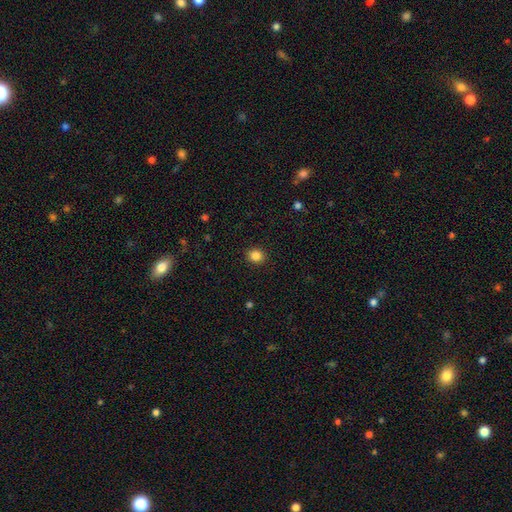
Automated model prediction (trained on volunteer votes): Smooth or featured? Predicted: smooth (p=0.86). How rounded? Predicted: round (p=0.75). Merging? Predicted: none (p=0.91).